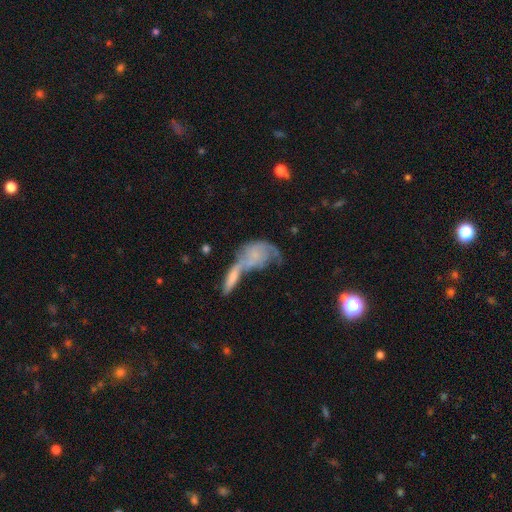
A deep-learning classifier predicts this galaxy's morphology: A smooth galaxy with no disk features (51%) that is in between round and cigar-shaped (73%).

Vote fractions:
- Smooth or featured? smooth: 51% / featured or disk: 41% / star or artifact: 8%
- How rounded? in between: 73% / round: 16% / cigar-shaped: 11%
- Merging? merger: 56% / none: 17% / major disturbance: 14% / minor disturbance: 12%